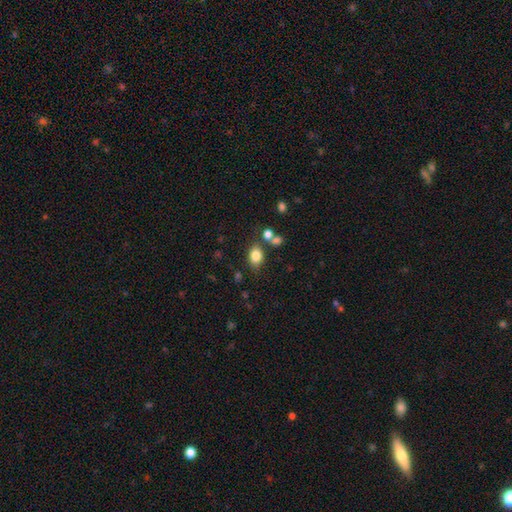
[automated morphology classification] A smooth galaxy with no disk features (82%) that is in between round and cigar-shaped (74%). Merging: none (70%).